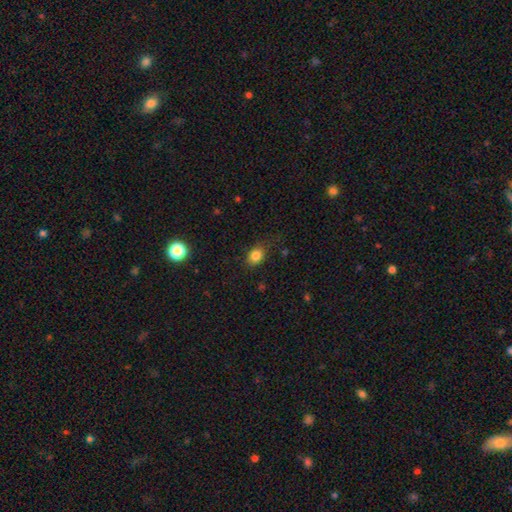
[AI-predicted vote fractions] This is clearly a smooth galaxy (82%). How rounded: possibly in between (57%). Merging: likely none (76%).